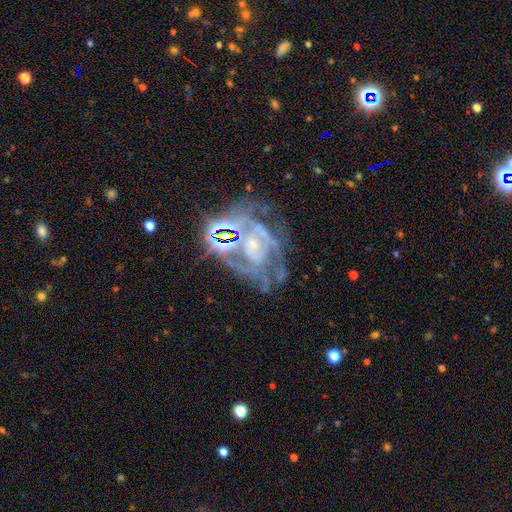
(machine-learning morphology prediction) Q: Smooth or featured?
A: featured or disk (77%); runner-up: star or artifact (15%)
Q: Edge-on disk?
A: no (97%); runner-up: yes (3%)
Q: Bar?
A: no (61%); runner-up: weak (27%)
Q: Spiral arms?
A: yes (84%); runner-up: no (16%)
Q: Spiral winding?
A: tight (55%); runner-up: medium (35%)
Q: Spiral arm count?
A: can't tell (35%); runner-up: 2 (22%)
Q: Bulge size?
A: small (69%); runner-up: moderate (18%)
Q: Merging?
A: none (51%); runner-up: major disturbance (19%)